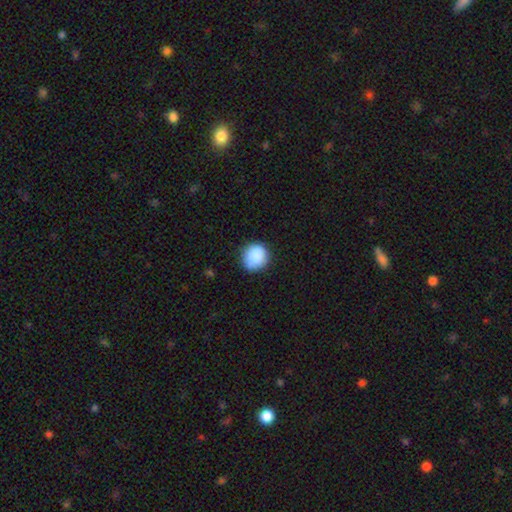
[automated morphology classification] A smooth galaxy with no disk features (88%) that is round (86%).

Vote fractions:
- Smooth or featured? smooth: 88% / star or artifact: 8% / featured or disk: 4%
- How rounded? round: 86% / in between: 13% / cigar-shaped: 1%
- Merging? none: 81% / minor disturbance: 15% / major disturbance: 3% / merger: 1%